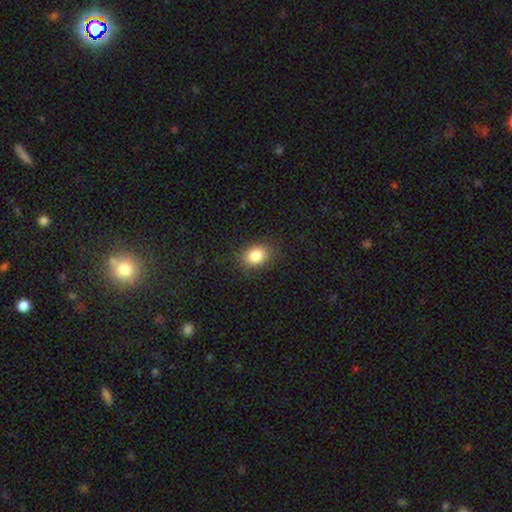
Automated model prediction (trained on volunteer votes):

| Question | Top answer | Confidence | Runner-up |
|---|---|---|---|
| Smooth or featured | smooth | 86% | star or artifact (9%) |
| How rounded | in between | 63% | round (36%) |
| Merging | none | 85% | minor disturbance (11%) |